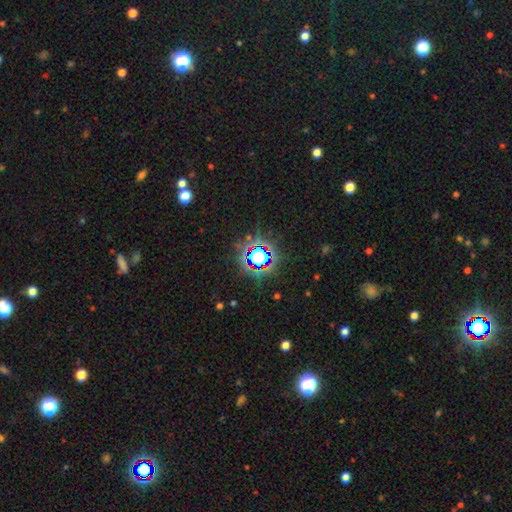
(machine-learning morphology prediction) The model was most divided on "smooth or featured": star or artifact: 71%, smooth: 18%, featured or disk: 11%.